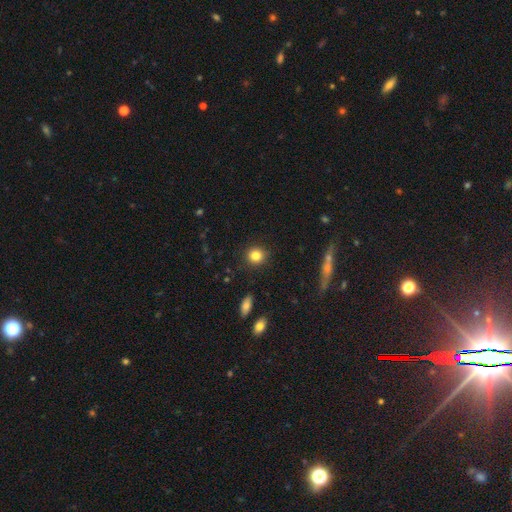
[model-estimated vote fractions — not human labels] A smooth galaxy with no disk features (84%) that is round (89%).

Vote fractions:
- Smooth or featured? smooth: 84% / star or artifact: 11% / featured or disk: 6%
- How rounded? round: 89% / in between: 10% / cigar-shaped: 1%
- Merging? none: 90% / minor disturbance: 6% / major disturbance: 2% / merger: 1%